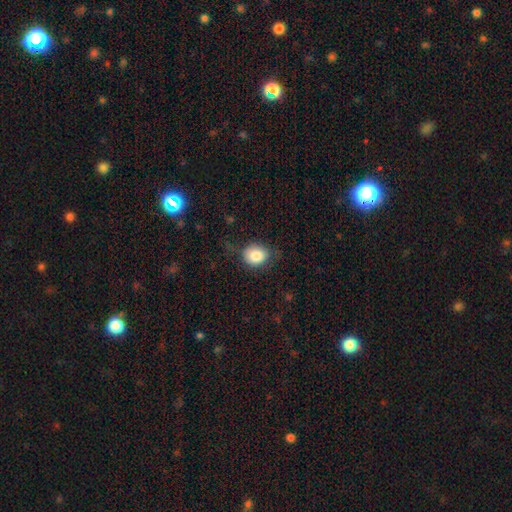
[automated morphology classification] The model was most divided on "how rounded": round: 60%, in between: 39%, cigar-shaped: 1%. More confident: smooth or featured — smooth (83%); merging — none (69%).